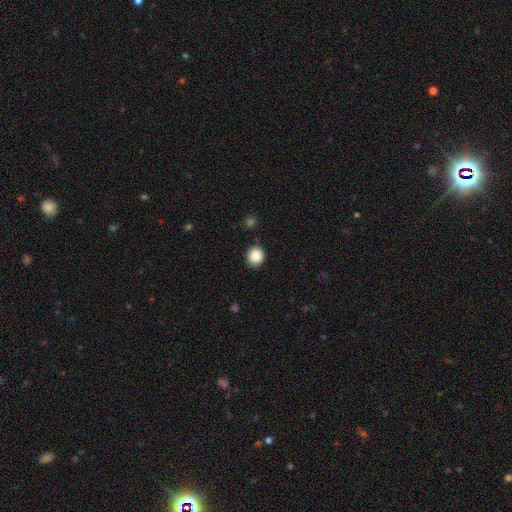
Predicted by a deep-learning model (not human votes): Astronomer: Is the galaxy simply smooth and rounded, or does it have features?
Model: smooth — 88%.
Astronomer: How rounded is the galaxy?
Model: round — 89%.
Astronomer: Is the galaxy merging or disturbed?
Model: none — 88%.